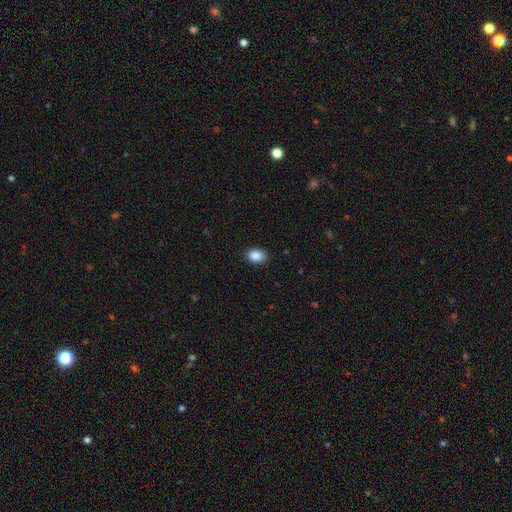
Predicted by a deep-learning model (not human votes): This is clearly a smooth galaxy (88%). How rounded: likely in between (77%). Merging: clearly none (88%).